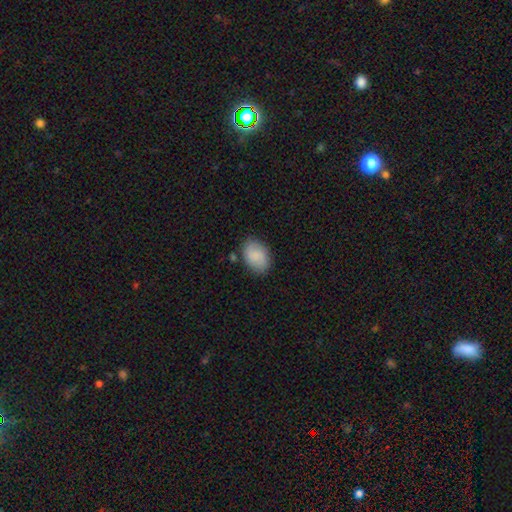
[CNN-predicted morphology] Smooth or featured? Predicted: smooth (p=0.75). How rounded? Predicted: in between (p=0.79). Merging? Predicted: none (p=0.78).